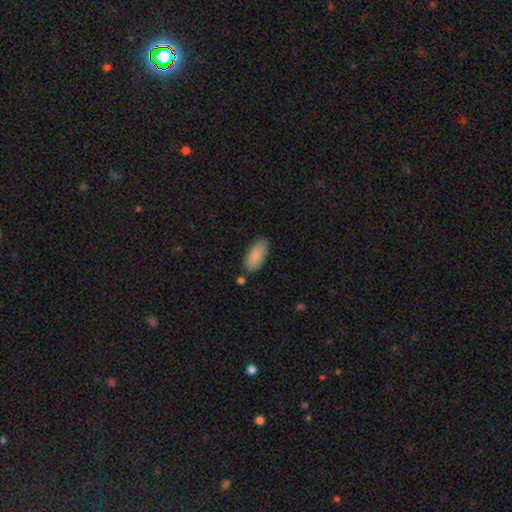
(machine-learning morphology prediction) Smooth or featured: smooth — 85% (featured or disk — 8%)
How rounded: in between — 91% (cigar-shaped — 7%)
Merging: none — 81% (minor disturbance — 13%)